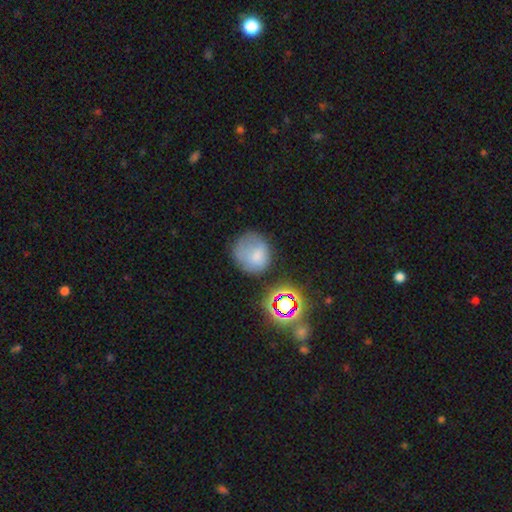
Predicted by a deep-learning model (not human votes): smooth-or-featured: smooth: 70% | star or artifact: 16% | featured or disk: 15%
  how-rounded: round: 82% | in between: 17% | cigar-shaped: 1%
  merging: none: 59% | minor disturbance: 23% | major disturbance: 13% | merger: 5%